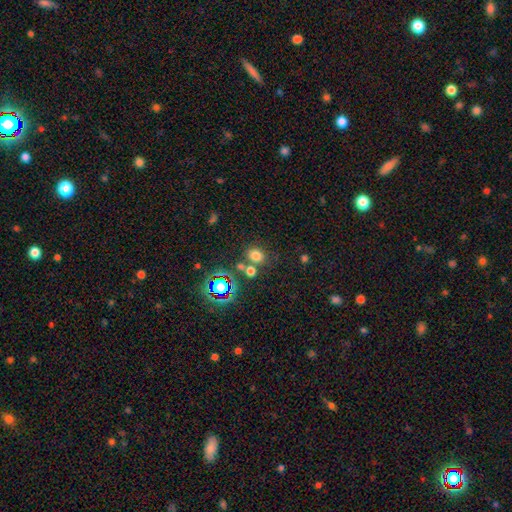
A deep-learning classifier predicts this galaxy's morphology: smooth_or_featured: smooth (p=0.72) [alt: star or artifact p=0.21]
how_rounded: round (p=0.61) [alt: in between p=0.38]
merging: none (p=0.66) [alt: merger p=0.20]